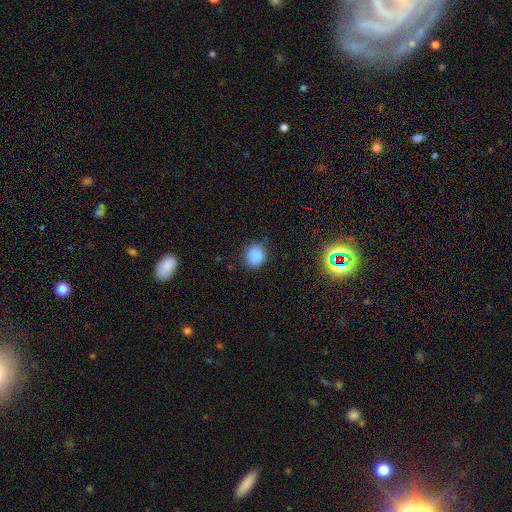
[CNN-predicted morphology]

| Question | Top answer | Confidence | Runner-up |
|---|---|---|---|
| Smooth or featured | smooth | 86% | star or artifact (11%) |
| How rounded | round | 82% | in between (17%) |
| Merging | none | 83% | minor disturbance (12%) |